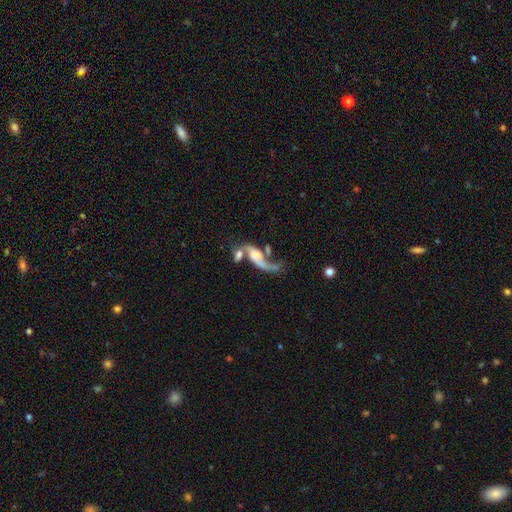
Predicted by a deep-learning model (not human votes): Smooth or featured?
  - featured or disk: 68% *
  - smooth: 23%
  - star or artifact: 9%
Edge-on disk?
  - no: 91% *
  - yes: 9%
Bar?
  - no: 63% *
  - weak: 27%
  - strong: 10%
Spiral arms?
  - yes: 78% *
  - no: 22%
Bulge size?
  - none: 37% *
  - moderate: 23%
  - small: 21%
  - large: 15%
  - dominant: 4%
Merging?
  - merger: 47% *
  - major disturbance: 23%
  - none: 20%
  - minor disturbance: 10%